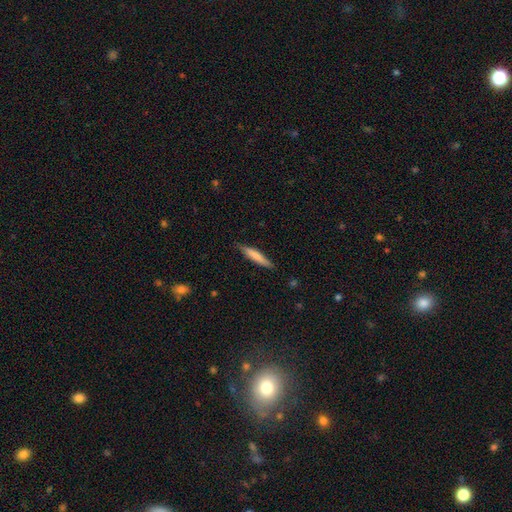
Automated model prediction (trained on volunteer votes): Smooth or featured? smooth (72%)
How rounded? cigar-shaped (90%)
Merging? none (84%)